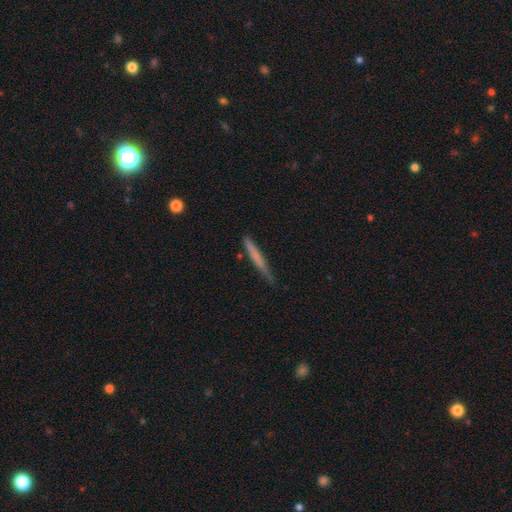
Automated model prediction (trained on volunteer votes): This appears to be a smooth galaxy with no disk features (63%) that is cigar-shaped (96%). Merging: none (77%).